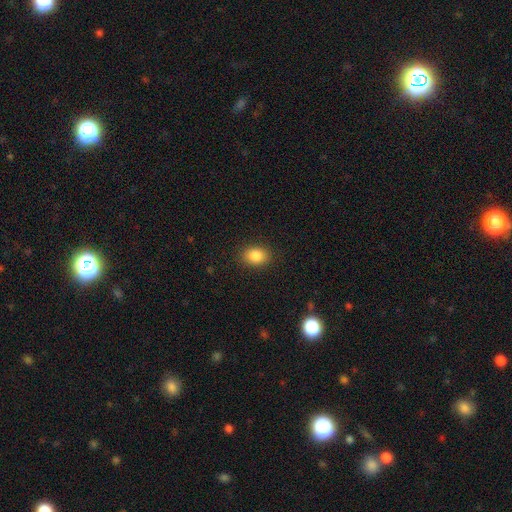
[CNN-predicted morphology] The model was most divided on "how rounded": in between: 67%, round: 32%, cigar-shaped: 1%. More confident: merging — none (88%); smooth or featured — smooth (85%).